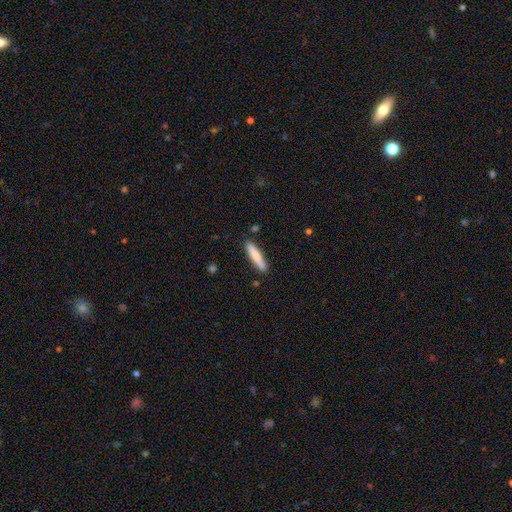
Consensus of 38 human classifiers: Smooth or featured? smooth (82%)
How rounded? cigar-shaped (81%)
Merging? none (89%)